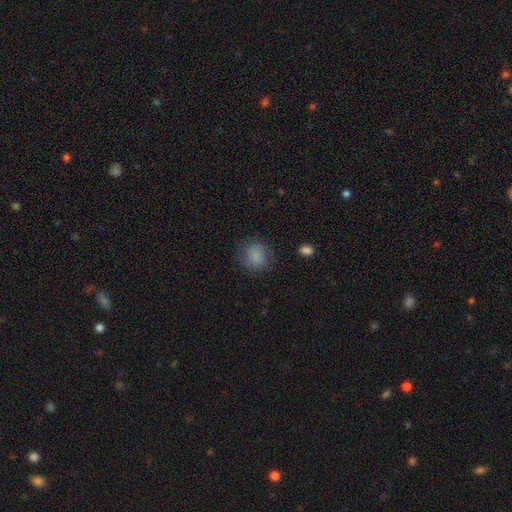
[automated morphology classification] Q: Smooth or featured?
A: smooth (81%); runner-up: featured or disk (10%)
Q: How rounded?
A: round (83%); runner-up: in between (16%)
Q: Merging?
A: none (77%); runner-up: minor disturbance (15%)